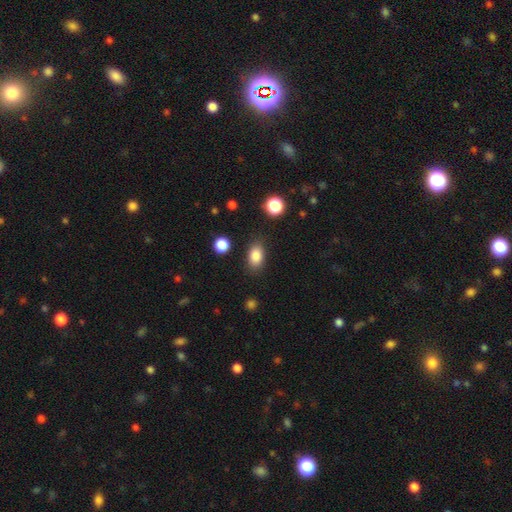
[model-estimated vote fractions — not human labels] smooth_or_featured: smooth (p=0.85) [alt: star or artifact p=0.09]
how_rounded: in between (p=0.85) [alt: round p=0.13]
merging: none (p=0.83) [alt: minor disturbance p=0.11]